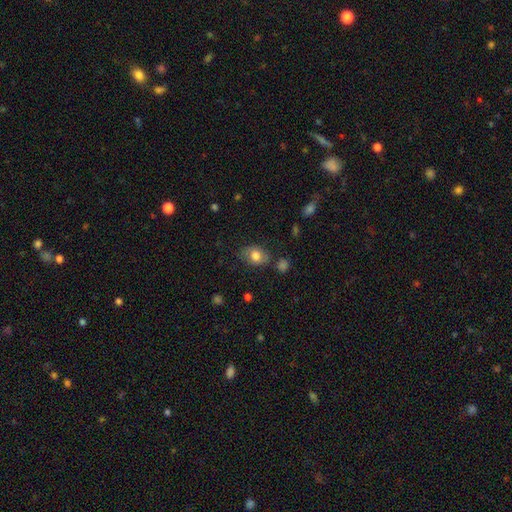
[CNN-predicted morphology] Smooth or featured: smooth — 79% (featured or disk — 13%)
How rounded: in between — 72% (round — 27%)
Merging: none — 72% (minor disturbance — 19%)